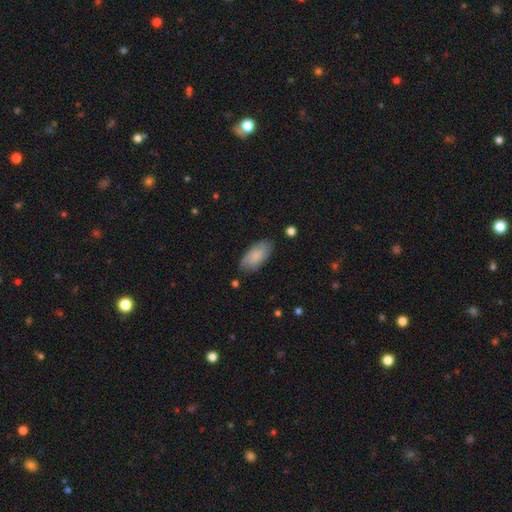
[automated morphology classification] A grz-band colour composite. It shows a smooth galaxy with no disk features (76%) that is in between round and cigar-shaped (92%). Merging: none (76%).